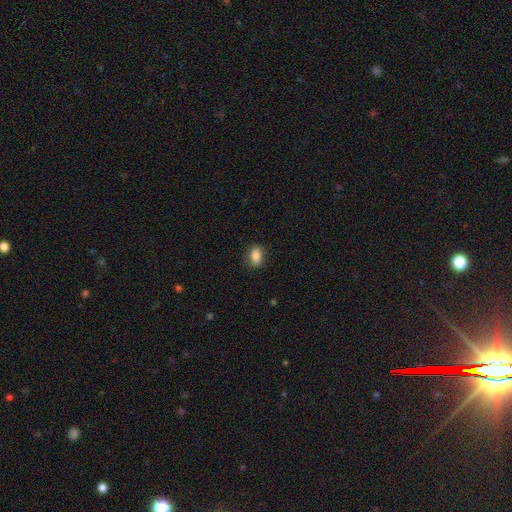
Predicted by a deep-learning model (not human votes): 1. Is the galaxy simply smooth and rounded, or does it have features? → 83% smooth, 9% star or artifact, 8% featured or disk.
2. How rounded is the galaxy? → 78% in between, 19% round, 3% cigar-shaped.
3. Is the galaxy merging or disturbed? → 80% none, 15% minor disturbance, 3% major disturbance, 1% merger.